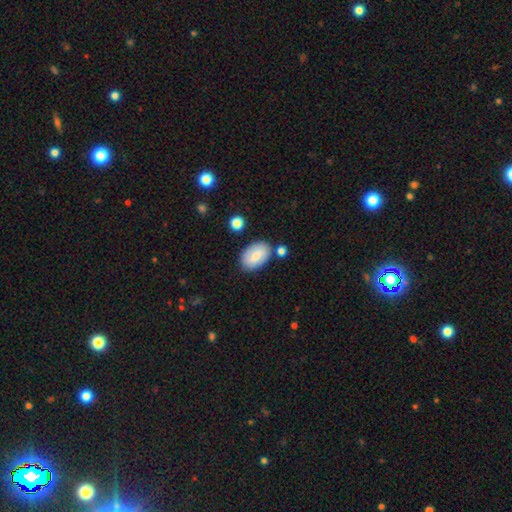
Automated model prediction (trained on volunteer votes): Smooth or featured? Predicted: smooth (p=0.71). How rounded? Predicted: in between (p=0.92). Merging? Predicted: none (p=0.75).